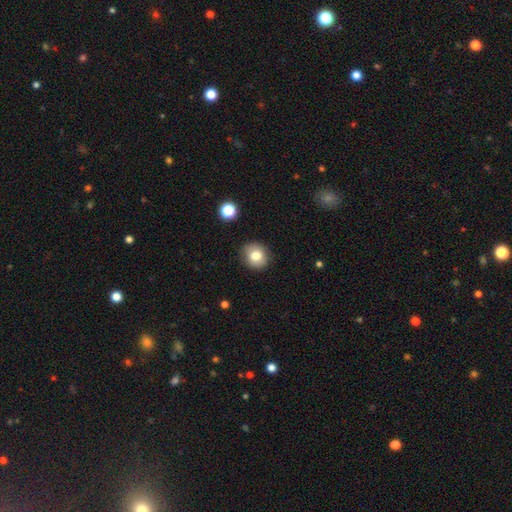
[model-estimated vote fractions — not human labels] A smooth galaxy with no disk features (79%) that is round (81%). Merging: none (87%).